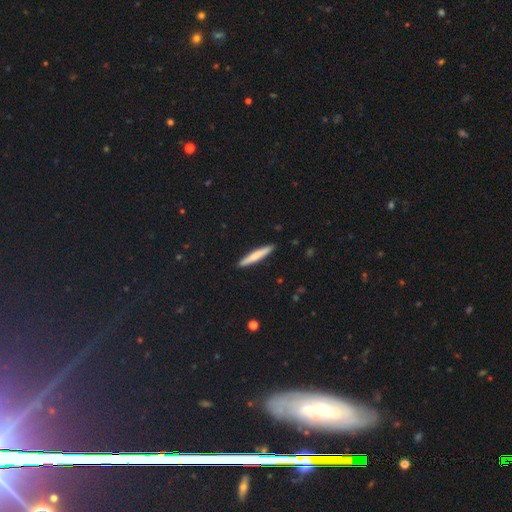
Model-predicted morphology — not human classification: type=smooth (64%); roundness=cigar-shaped (94%); merging=none (92%).